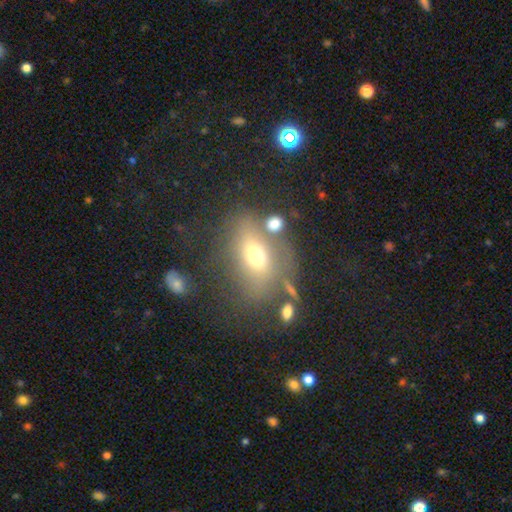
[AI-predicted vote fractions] This is possibly a smooth galaxy (60%). How rounded: likely in between (69%). Merging: possibly none (56%).